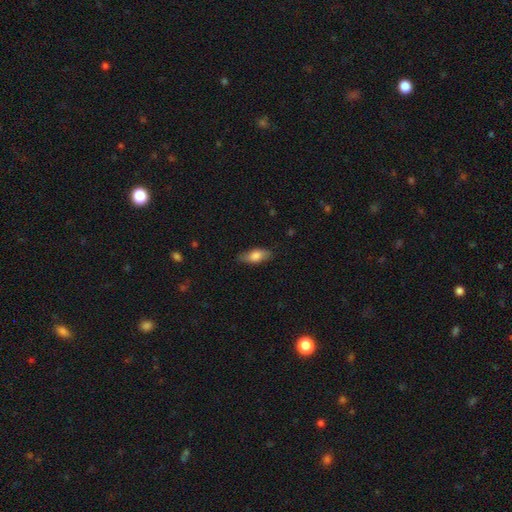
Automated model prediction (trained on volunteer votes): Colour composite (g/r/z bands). It shows a smooth galaxy with no disk features (75%) that is in between round and cigar-shaped (76%). Merging: none (83%).